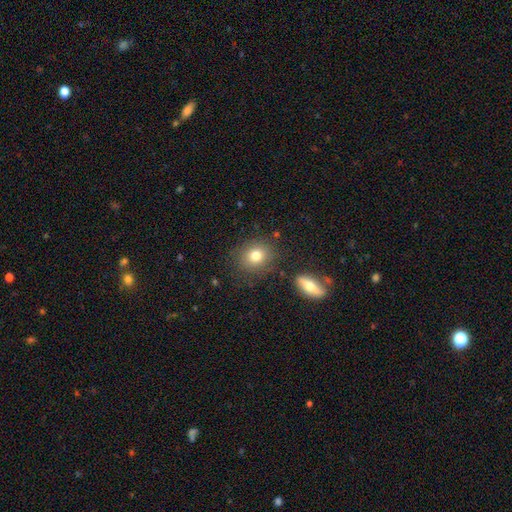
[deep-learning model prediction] Morphology: type=smooth (79%); roundness=round (74%); merging=none (81%).